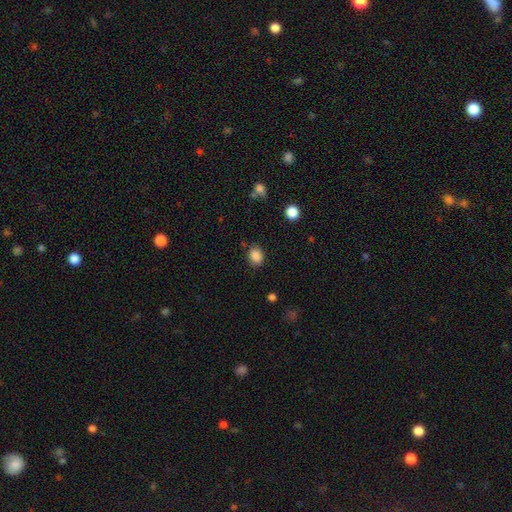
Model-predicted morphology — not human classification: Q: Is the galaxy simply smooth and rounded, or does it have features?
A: smooth — 86%.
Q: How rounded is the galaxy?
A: in between — 50%.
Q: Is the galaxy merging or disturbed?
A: none — 82%.